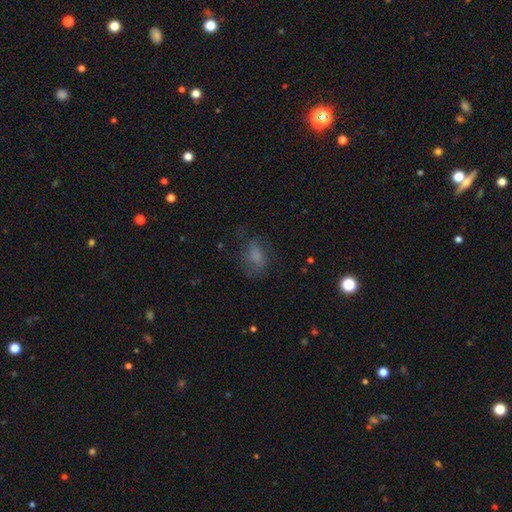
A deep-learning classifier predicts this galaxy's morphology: Q: Smooth or featured?
A: smooth (64%); runner-up: featured or disk (22%)
Q: How rounded?
A: in between (79%); runner-up: round (15%)
Q: Merging?
A: none (55%); runner-up: minor disturbance (23%)